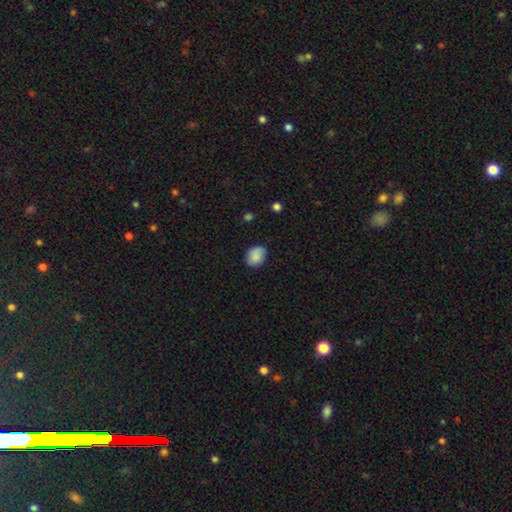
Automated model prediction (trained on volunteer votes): Smooth or featured? Predicted: smooth (p=0.86). How rounded? Predicted: in between (p=0.55). Merging? Predicted: none (p=0.79).